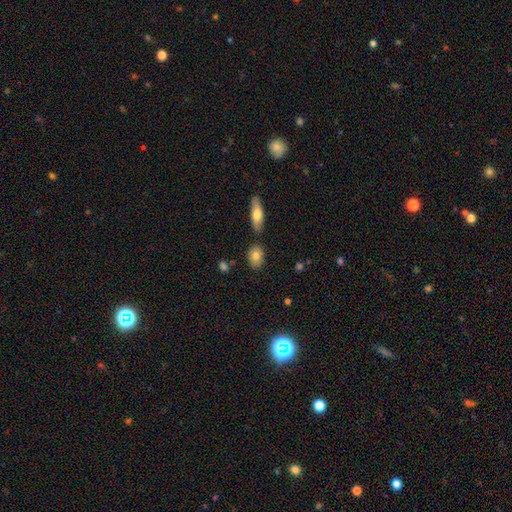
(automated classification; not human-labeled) Morphology: type=smooth (79%); roundness=in between (79%); merging=none (79%).